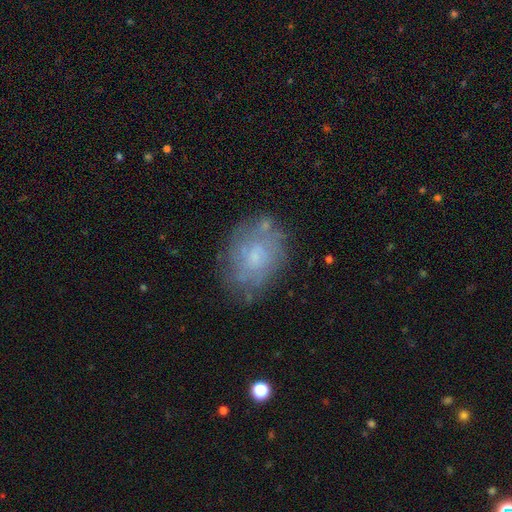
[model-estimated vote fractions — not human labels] A featured or disk galaxy (53%) with no bar (74%), spiral arms (59%) and a small central bulge (58%).

Vote fractions:
- Smooth or featured? featured or disk: 53% / smooth: 37% / star or artifact: 10%
- Edge-on disk? no: 97% / yes: 3%
- Bar? no: 74% / weak: 23% / strong: 3%
- Spiral arms? yes: 59% / no: 41%
- Bulge size? small: 58% / moderate: 25% / none: 14% / large: 2% / dominant: 1%
- Merging? none: 68% / minor disturbance: 20% / major disturbance: 8% / merger: 4%